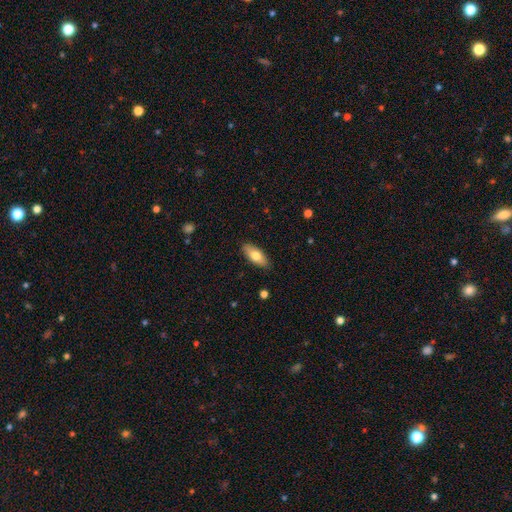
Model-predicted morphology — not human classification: Smooth or featured: smooth — 74% (featured or disk — 20%)
How rounded: in between — 82% (cigar-shaped — 15%)
Merging: none — 88% (minor disturbance — 9%)